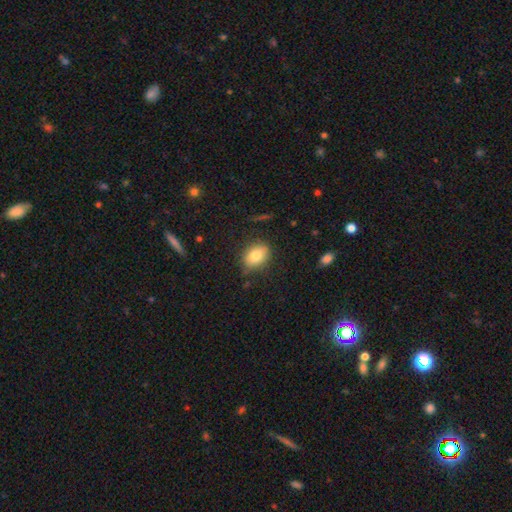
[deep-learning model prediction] This is clearly a smooth galaxy (80%). How rounded: likely in between (75%). Merging: likely none (79%).